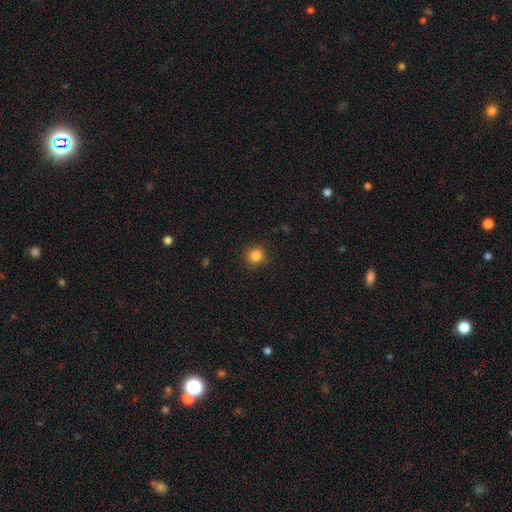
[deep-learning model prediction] This appears to be a smooth galaxy with no disk features (84%) that is round (93%). Merging: none (90%).